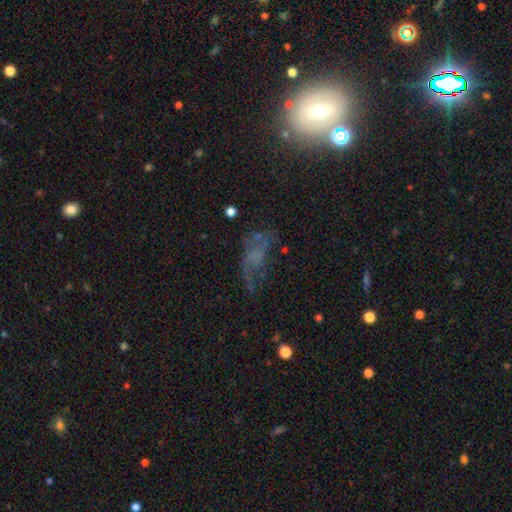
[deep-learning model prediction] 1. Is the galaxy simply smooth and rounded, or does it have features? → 44% featured or disk, 31% smooth, 25% star or artifact.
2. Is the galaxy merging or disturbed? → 42% none, 32% major disturbance, 21% minor disturbance, 5% merger.